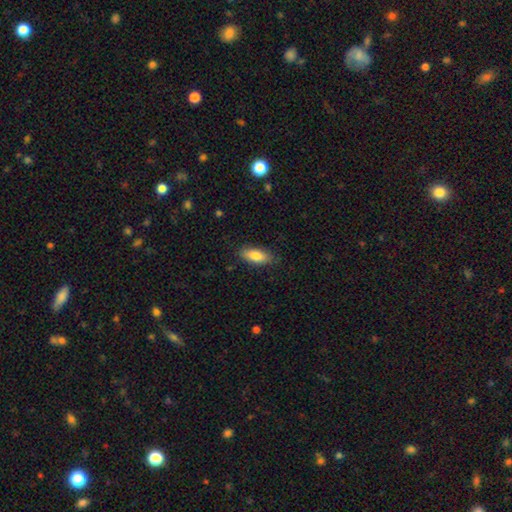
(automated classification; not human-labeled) The model was most divided on "how rounded": in between: 81%, cigar-shaped: 17%, round: 3%. More confident: merging — none (84%); smooth or featured — smooth (80%).